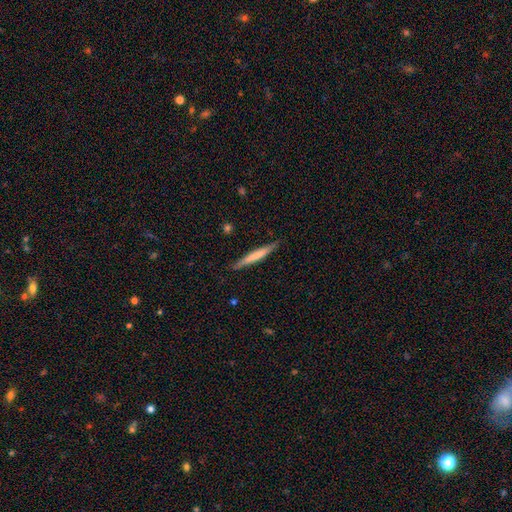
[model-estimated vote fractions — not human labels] Q: Smooth or featured?
A: smooth (61%); runner-up: featured or disk (34%)
Q: How rounded?
A: cigar-shaped (96%); runner-up: in between (3%)
Q: Merging?
A: none (87%); runner-up: minor disturbance (10%)